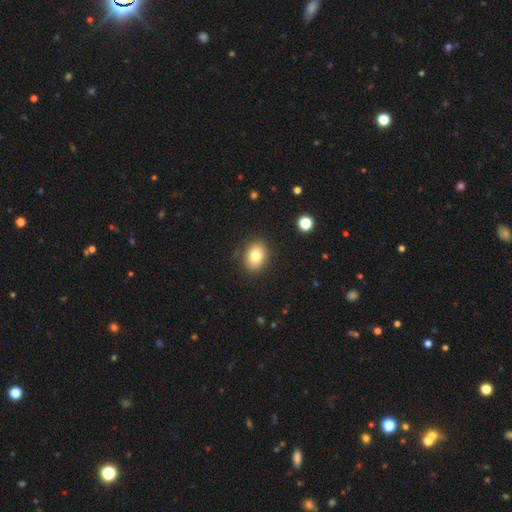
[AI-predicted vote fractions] Overall: smooth (80%). How rounded: in between (58%; round 41%). Merging: none (87%).